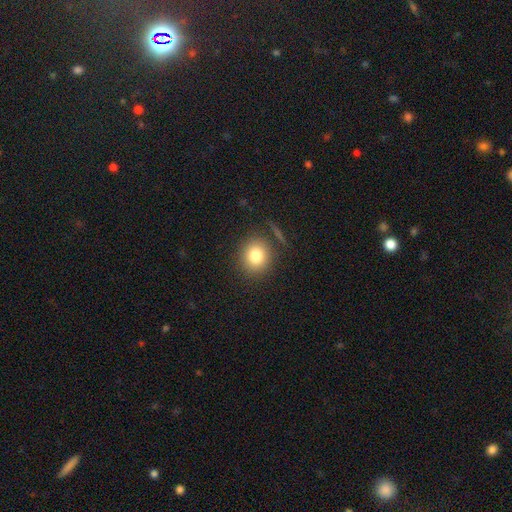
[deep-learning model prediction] Overall: smooth (80%). How rounded: round (79%). Merging: none (83%).